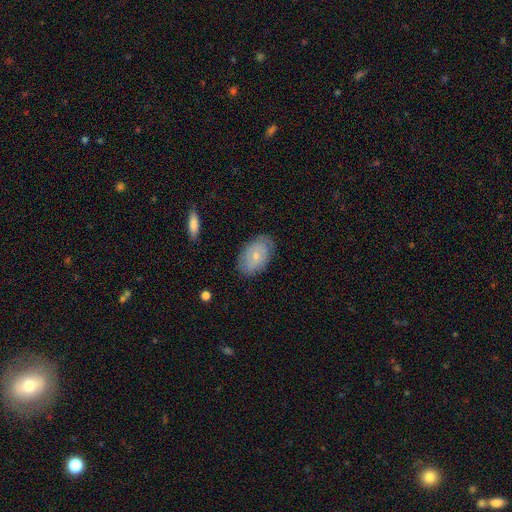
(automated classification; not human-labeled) Smooth or featured? Predicted: smooth (p=0.54). How rounded? Predicted: in between (p=0.90). Merging? Predicted: none (p=0.79).